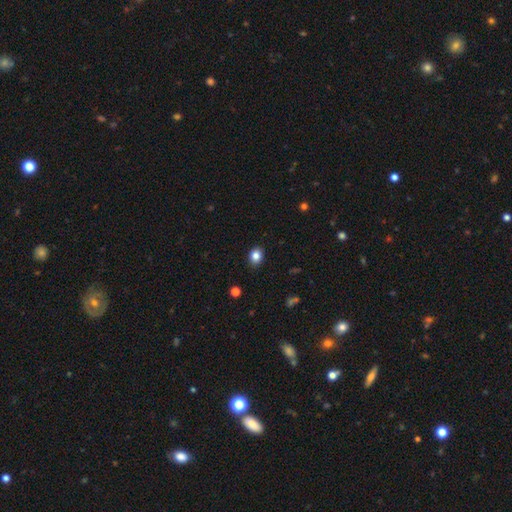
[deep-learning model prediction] A smooth galaxy with no disk features (84%) that is round (51%). Merging: none (89%).